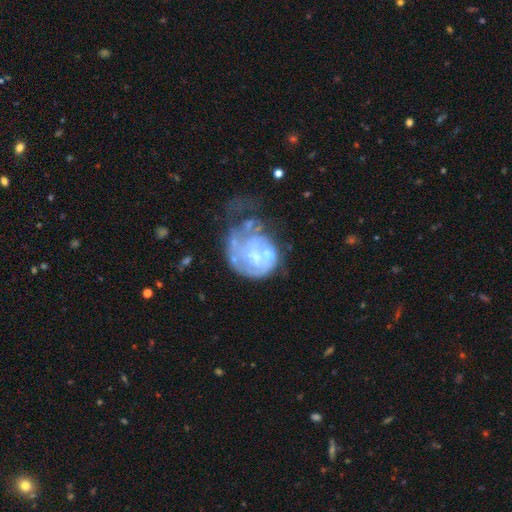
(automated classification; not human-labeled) The model was most divided on "bulge size": none: 38%, moderate: 28%, small: 25%, large: 7%, dominant: 2%. Remaining: edge-on disk — no (98%); bar — no (79%); smooth or featured — featured or disk (71%); spiral arms — no (56%); merging — major disturbance (45%).